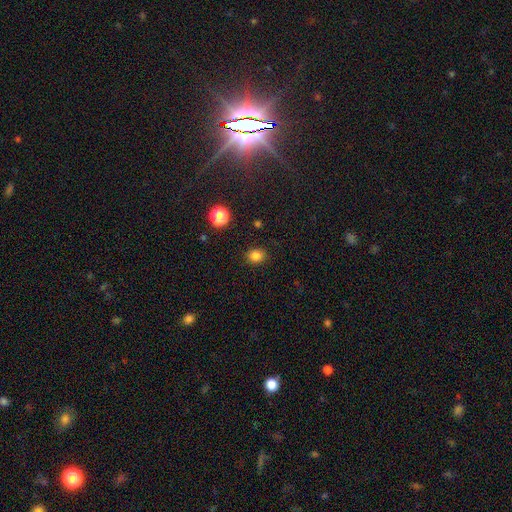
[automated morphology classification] This is clearly a smooth galaxy (83%). How rounded: possibly round (60%). Merging: clearly none (87%).